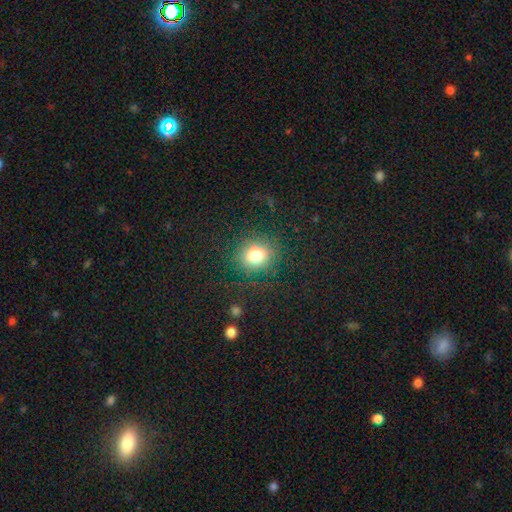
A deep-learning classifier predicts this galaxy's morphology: Smooth or featured: smooth — 79% (star or artifact — 14%)
How rounded: round — 80% (in between — 19%)
Merging: none — 83% (minor disturbance — 9%)